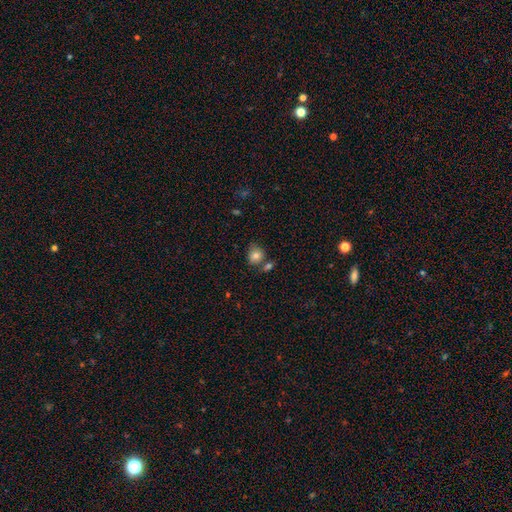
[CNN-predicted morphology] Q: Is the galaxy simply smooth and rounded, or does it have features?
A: smooth — 79%.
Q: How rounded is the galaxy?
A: round — 63%.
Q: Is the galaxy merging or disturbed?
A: none — 56%.